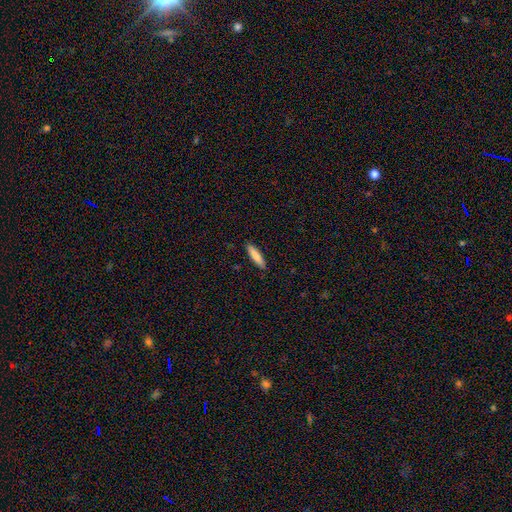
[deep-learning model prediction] This is clearly a smooth galaxy (83%). How rounded: likely cigar-shaped (76%). Merging: clearly none (89%).